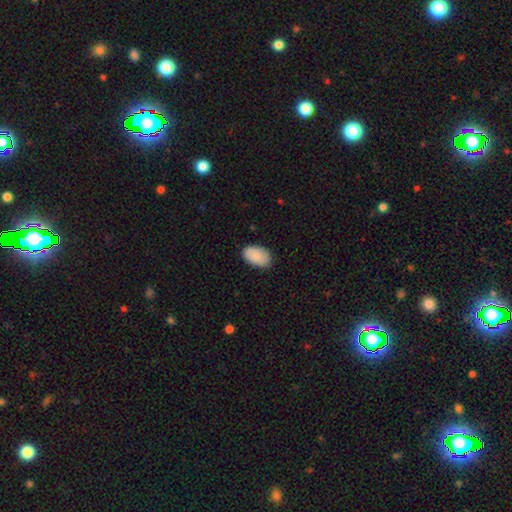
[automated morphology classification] Overall: smooth (87%). How rounded: in between (92%). Merging: none (85%).